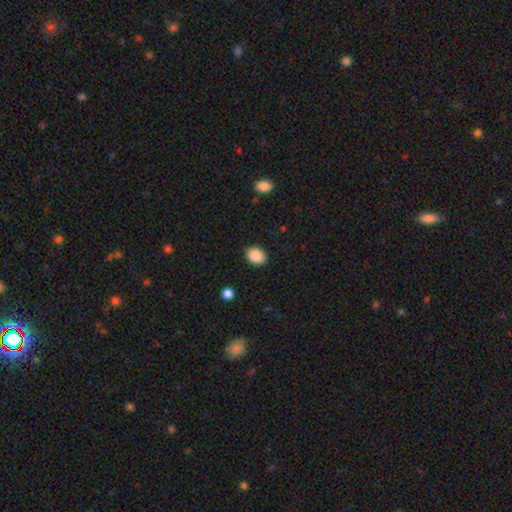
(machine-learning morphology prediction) type=smooth (89%); roundness=in between (66%); merging=none (89%).